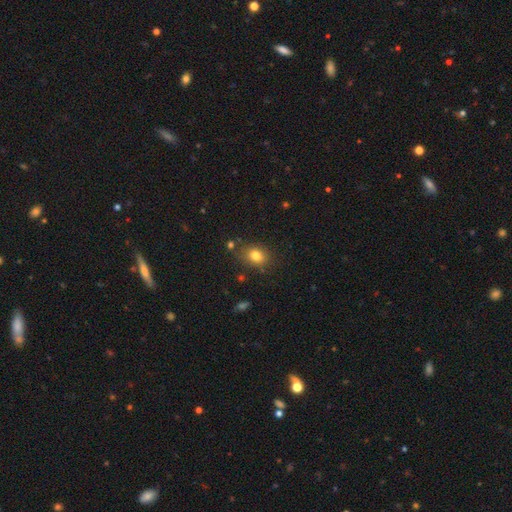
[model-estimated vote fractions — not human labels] A smooth galaxy with no disk features (80%) that is in between round and cigar-shaped (58%).

Vote fractions:
- Smooth or featured? smooth: 80% / star or artifact: 12% / featured or disk: 8%
- How rounded? in between: 58% / round: 41% / cigar-shaped: 1%
- Merging? none: 78% / minor disturbance: 14% / merger: 4% / major disturbance: 4%